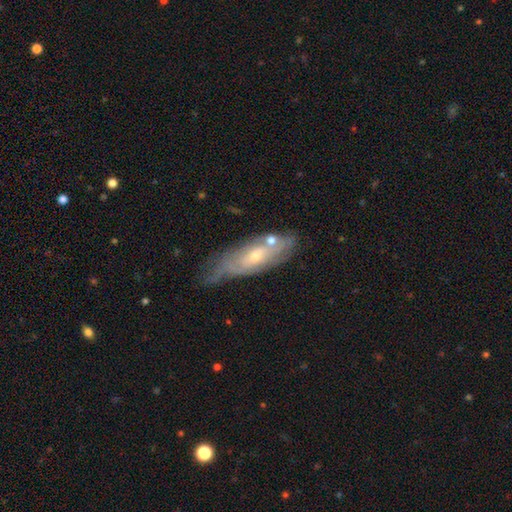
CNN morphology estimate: smooth_or_featured: featured or disk (p=0.69) [alt: smooth p=0.23]
disk_edge_on: no (p=0.75) [alt: yes p=0.25]
bar: no (p=0.70) [alt: weak p=0.25]
has_spiral_arms: yes (p=0.70) [alt: no p=0.30]
bulge_size: small (p=0.57) [alt: moderate p=0.39]
merging: none (p=0.56) [alt: minor disturbance p=0.28]